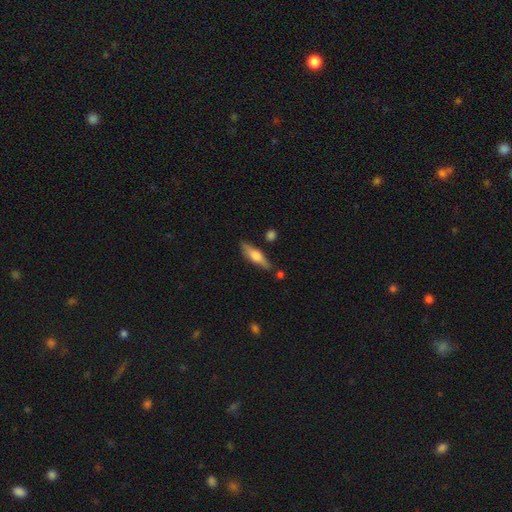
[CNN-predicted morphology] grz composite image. It shows a smooth galaxy with no disk features (50%). Merging: none (78%).